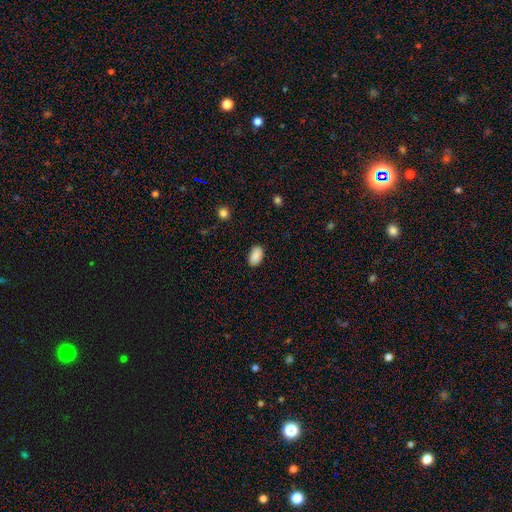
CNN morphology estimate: This is clearly a smooth galaxy (90%). How rounded: clearly in between (93%). Merging: clearly none (87%).